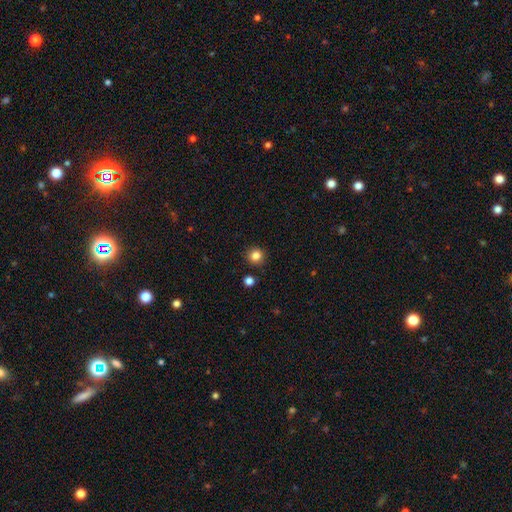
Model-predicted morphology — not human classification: This is clearly a smooth galaxy (84%). How rounded: clearly round (93%). Merging: clearly none (90%).